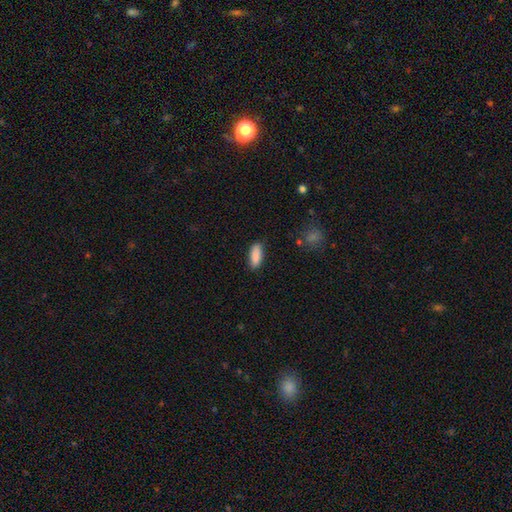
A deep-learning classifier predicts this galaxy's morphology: This appears to be a smooth galaxy with no disk features (89%) that is in between round and cigar-shaped (76%). Merging: none (83%).